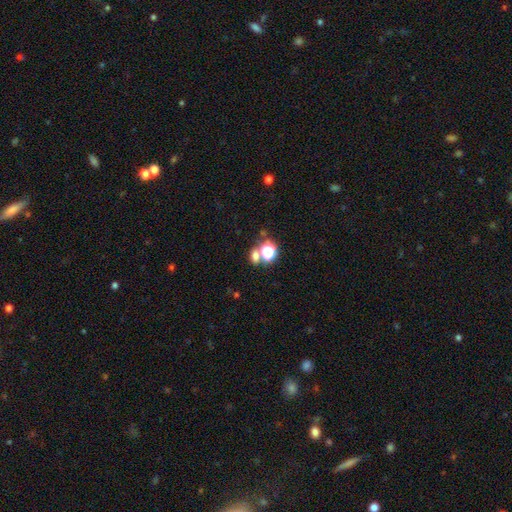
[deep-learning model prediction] smooth_or_featured: smooth (p=0.59) [alt: star or artifact p=0.31]
how_rounded: round (p=0.62) [alt: in between p=0.36]
merging: none (p=0.55) [alt: merger p=0.32]